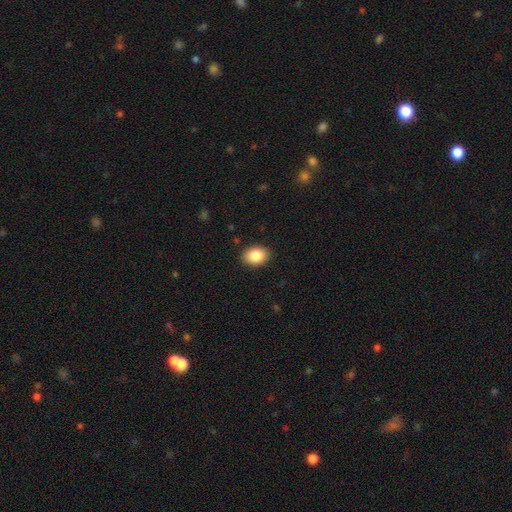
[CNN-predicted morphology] smooth 87%, star or artifact 8%, featured or disk 6%. Down the decision tree: how rounded — in between (74%); merging — none (90%).